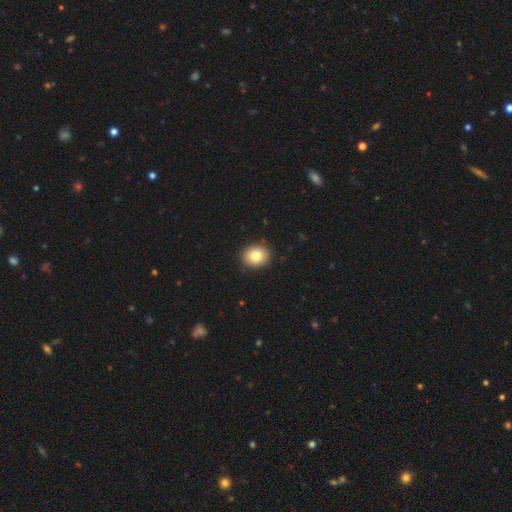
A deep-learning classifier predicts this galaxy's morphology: The model was most divided on "how rounded": round: 63%, in between: 36%, cigar-shaped: 1%. More confident: merging — none (90%); smooth or featured — smooth (81%).